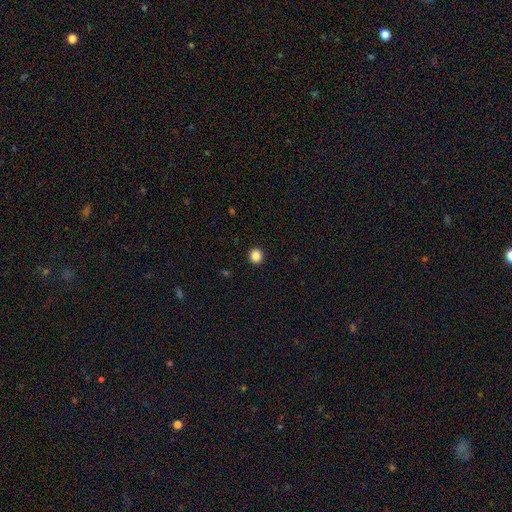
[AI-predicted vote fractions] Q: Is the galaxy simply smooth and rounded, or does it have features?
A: smooth — 86%.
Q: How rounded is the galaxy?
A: round — 90%.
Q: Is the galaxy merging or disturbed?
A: none — 93%.